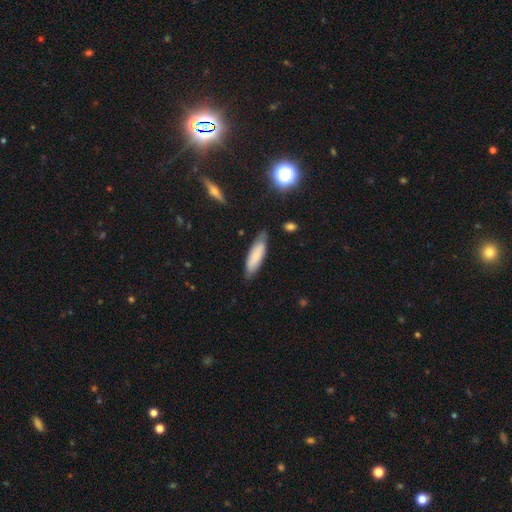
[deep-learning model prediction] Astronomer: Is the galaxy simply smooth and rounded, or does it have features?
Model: smooth — 76%.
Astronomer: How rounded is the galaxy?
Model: cigar-shaped — 57% (runner-up: in between, 42%).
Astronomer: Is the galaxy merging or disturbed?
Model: none — 78%.